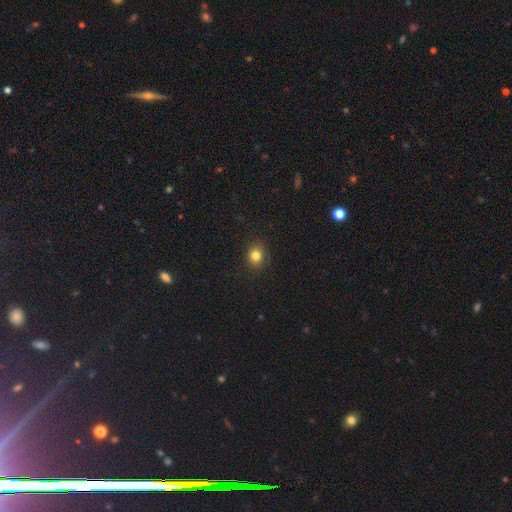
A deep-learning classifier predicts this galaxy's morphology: Q: Smooth or featured?
A: smooth (82%); runner-up: star or artifact (12%)
Q: How rounded?
A: round (76%); runner-up: in between (23%)
Q: Merging?
A: none (86%); runner-up: minor disturbance (10%)